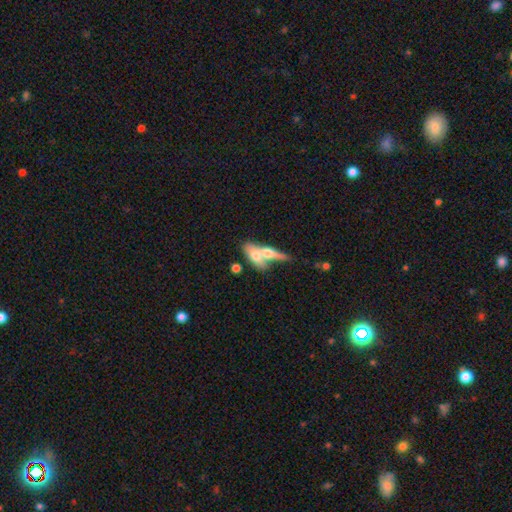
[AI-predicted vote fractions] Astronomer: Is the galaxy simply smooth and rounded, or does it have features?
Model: smooth — 59% (runner-up: featured or disk, 35%).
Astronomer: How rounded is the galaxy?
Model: in between — 66%.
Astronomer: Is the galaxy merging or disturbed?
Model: merger — 62%.